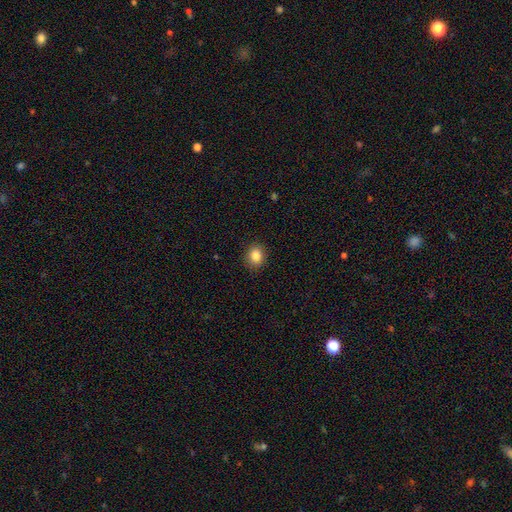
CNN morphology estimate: This appears to be a smooth galaxy with no disk features (85%) that is round (59%). Merging: none (89%).